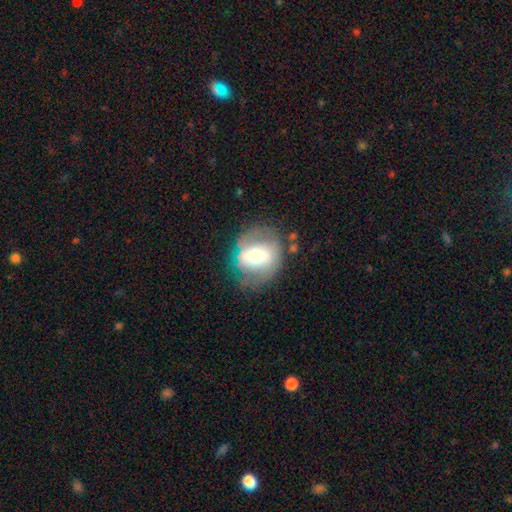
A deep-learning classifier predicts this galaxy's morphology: featured or disk 53%, smooth 39%, star or artifact 8%. Down the decision tree: edge-on disk — no (95%); bar — weak (38%); spiral arms — yes (55%); bulge size — moderate (62%); merging — none (69%).